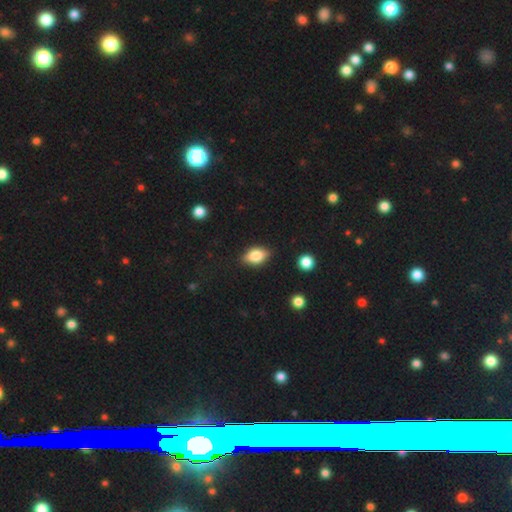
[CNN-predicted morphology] The model was most divided on "smooth or featured": smooth: 72%, featured or disk: 20%, star or artifact: 9%. More confident: how rounded — in between (82%); merging — none (81%).